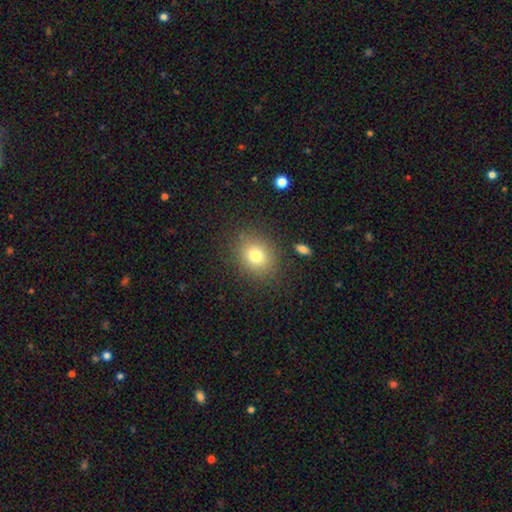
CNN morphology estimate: This appears to be a smooth galaxy with no disk features (77%) that is round (62%). Merging: none (84%).